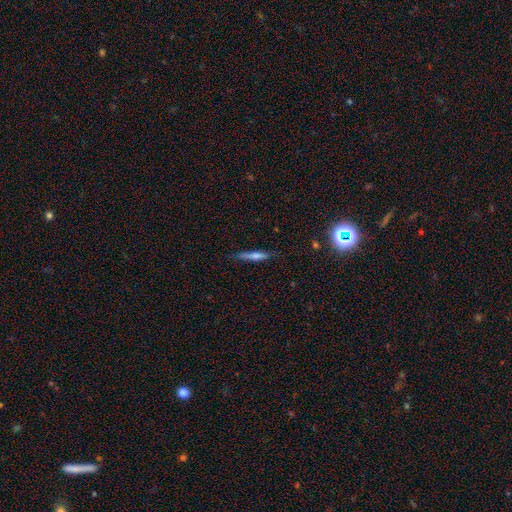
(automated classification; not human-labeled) smooth_or_featured: smooth (p=0.51) [alt: featured or disk p=0.40]
how_rounded: cigar-shaped (p=0.91) [alt: in between p=0.08]
merging: none (p=0.80) [alt: minor disturbance p=0.15]